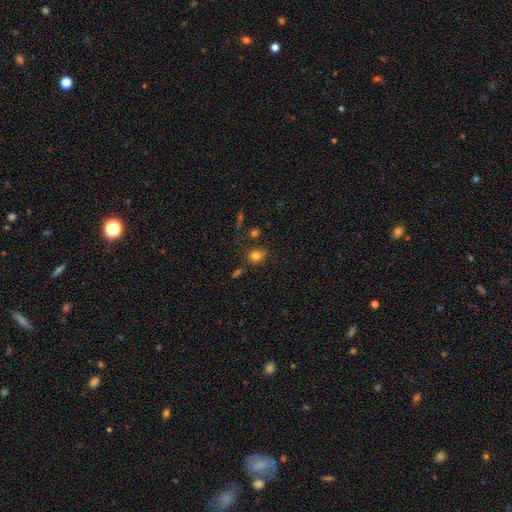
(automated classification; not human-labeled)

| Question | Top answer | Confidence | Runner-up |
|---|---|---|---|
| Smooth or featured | smooth | 78% | star or artifact (13%) |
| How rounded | round | 61% | in between (38%) |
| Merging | none | 66% | minor disturbance (19%) |